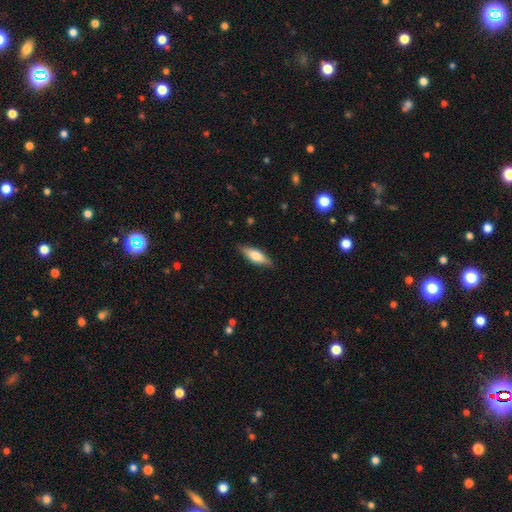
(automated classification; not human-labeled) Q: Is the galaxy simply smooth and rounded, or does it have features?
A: smooth — 66%.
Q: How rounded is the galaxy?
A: in between — 59%.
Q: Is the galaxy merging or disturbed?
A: none — 86%.